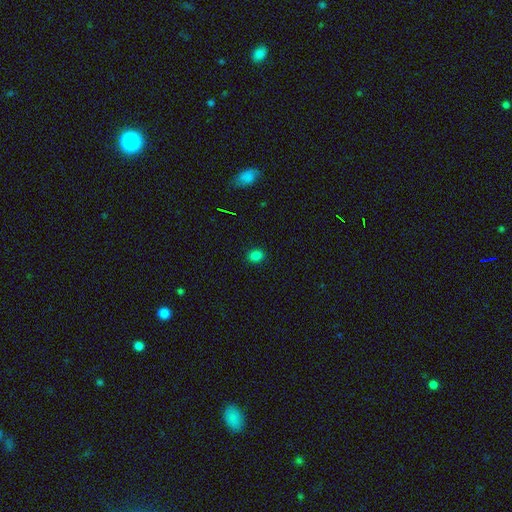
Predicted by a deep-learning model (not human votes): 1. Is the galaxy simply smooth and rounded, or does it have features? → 81% smooth, 15% star or artifact, 4% featured or disk.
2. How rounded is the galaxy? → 49% in between (tied), 49% round (tied), 1% cigar-shaped.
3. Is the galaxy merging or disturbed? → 89% none, 7% minor disturbance, 2% major disturbance, 1% merger.